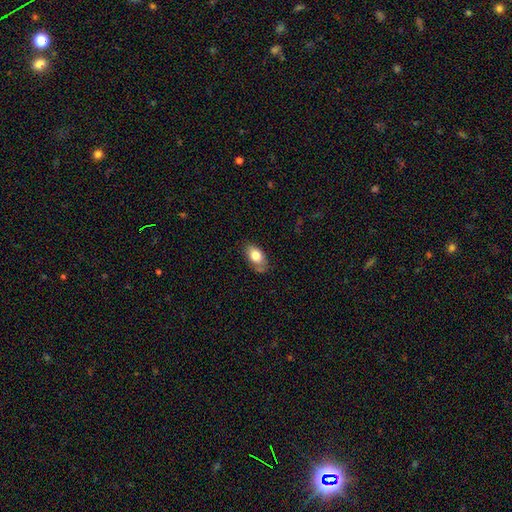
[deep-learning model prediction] Smooth or featured: smooth — 79% (featured or disk — 14%)
How rounded: in between — 90% (round — 8%)
Merging: none — 70% (minor disturbance — 23%)